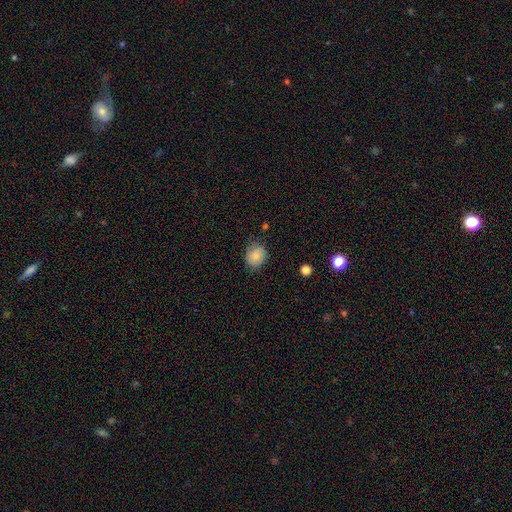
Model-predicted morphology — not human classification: smooth-or-featured: smooth: 81% | featured or disk: 10% | star or artifact: 8%
  how-rounded: round: 64% | in between: 35% | cigar-shaped: 1%
  merging: none: 71% | minor disturbance: 23% | major disturbance: 4% | merger: 1%